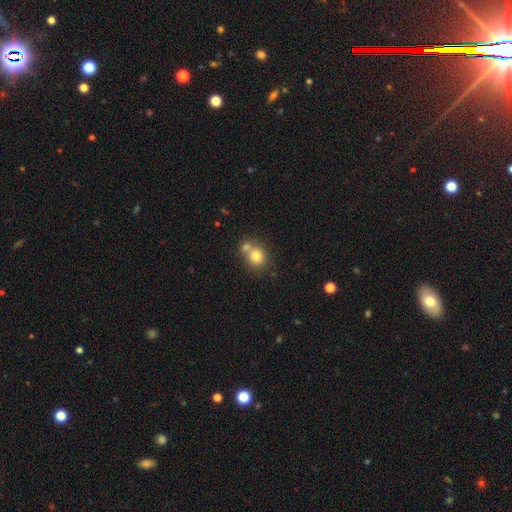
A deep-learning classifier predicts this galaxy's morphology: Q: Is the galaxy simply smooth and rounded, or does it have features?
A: smooth — 78%.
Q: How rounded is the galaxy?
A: round — 79%.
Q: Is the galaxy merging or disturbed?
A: none — 45%.